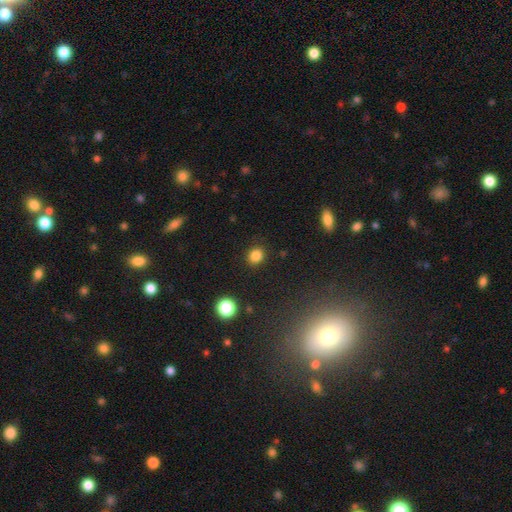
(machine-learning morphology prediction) Smooth or featured?
  - smooth: 84% *
  - star or artifact: 12%
  - featured or disk: 4%
How rounded?
  - round: 72% *
  - in between: 27%
  - cigar-shaped: 1%
Merging?
  - none: 89% *
  - minor disturbance: 8%
  - major disturbance: 3%
  - merger: 1%